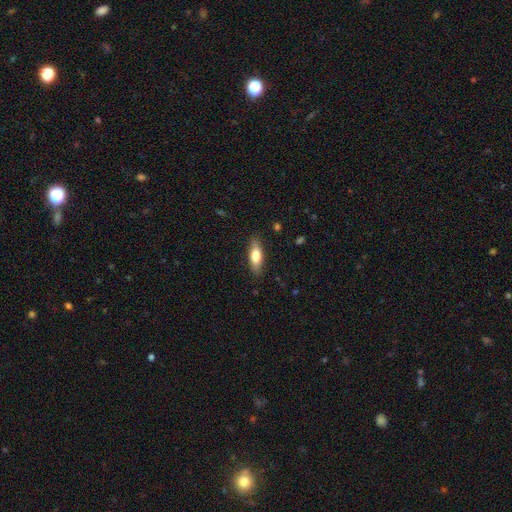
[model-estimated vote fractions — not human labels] smooth_or_featured: smooth (p=0.71) [alt: featured or disk p=0.23]
how_rounded: in between (p=0.62) [alt: cigar-shaped p=0.36]
merging: none (p=0.86) [alt: minor disturbance p=0.11]